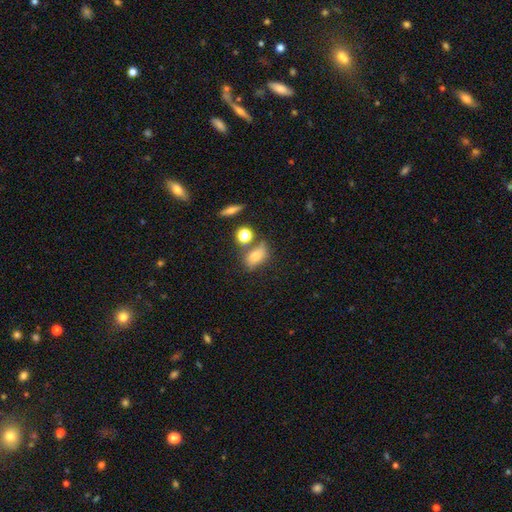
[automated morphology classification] A smooth galaxy with no disk features (76%) that is in between round and cigar-shaped (80%). Merging: none (52%).